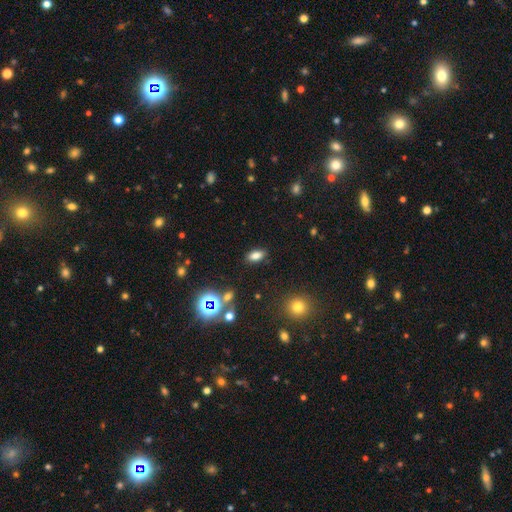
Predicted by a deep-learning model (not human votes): Smooth or featured? Predicted: smooth (p=0.76). How rounded? Predicted: in between (p=0.88). Merging? Predicted: none (p=0.86).